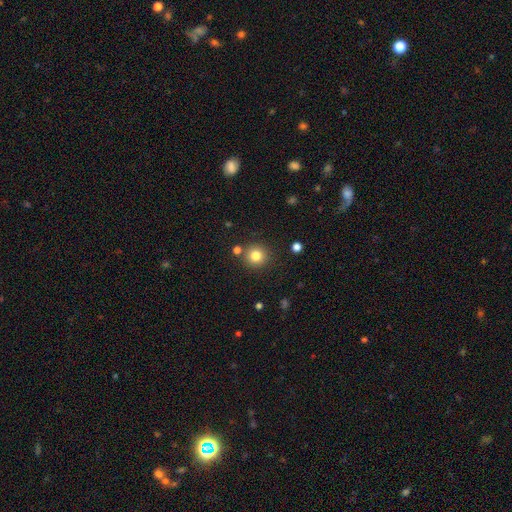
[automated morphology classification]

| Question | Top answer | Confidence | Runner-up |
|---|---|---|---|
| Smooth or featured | smooth | 81% | star or artifact (12%) |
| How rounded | round | 94% | in between (5%) |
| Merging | none | 85% | minor disturbance (7%) |